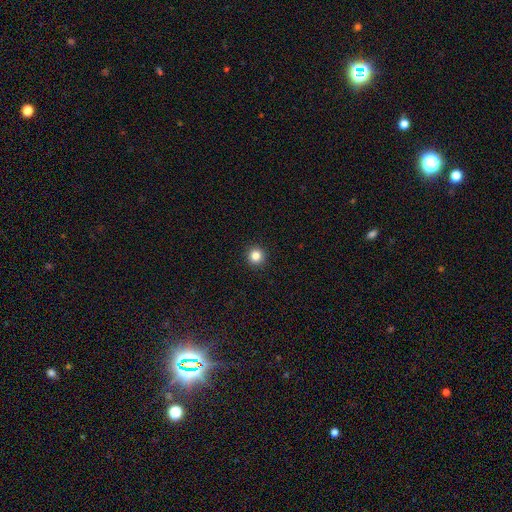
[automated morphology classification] smooth 84%, star or artifact 12%, featured or disk 5%. Down the decision tree: how rounded — round (95%); merging — none (94%).